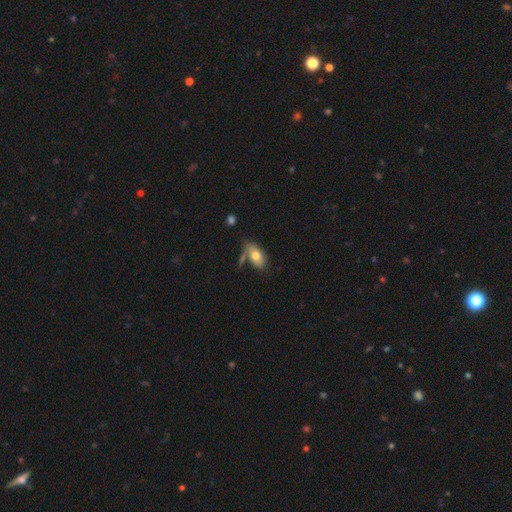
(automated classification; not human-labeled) This appears to be a smooth galaxy with no disk features (73%) that is in between round and cigar-shaped (91%). Merging: none (54%).